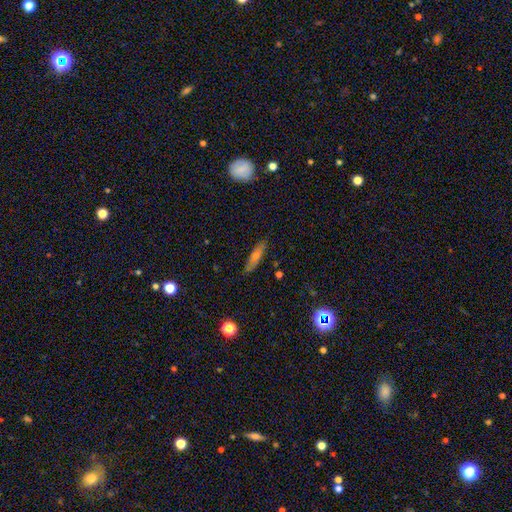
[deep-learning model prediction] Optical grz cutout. It shows a smooth galaxy with no disk features (50%). Merging: none (85%).